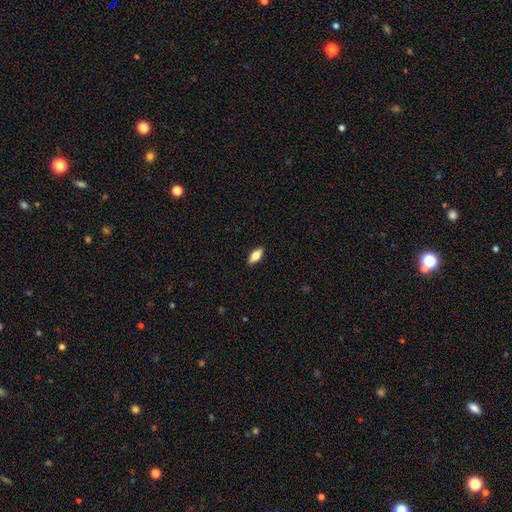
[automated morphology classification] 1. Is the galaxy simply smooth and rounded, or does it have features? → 77% smooth, 16% featured or disk, 7% star or artifact.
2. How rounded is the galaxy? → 85% in between, 13% cigar-shaped, 3% round.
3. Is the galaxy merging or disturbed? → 90% none, 8% minor disturbance, 2% major disturbance, 1% merger.